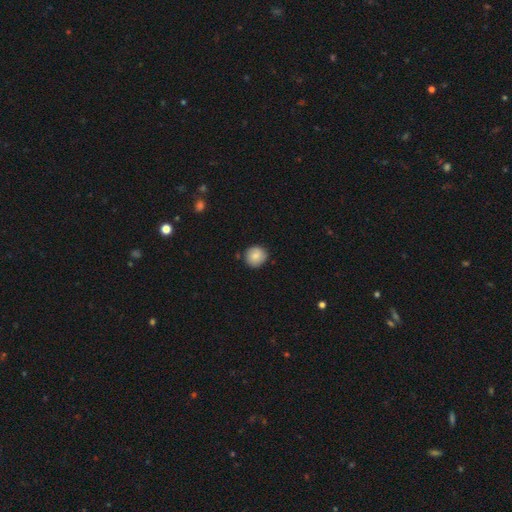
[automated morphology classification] Overall: smooth (83%). How rounded: round (89%). Merging: none (85%).